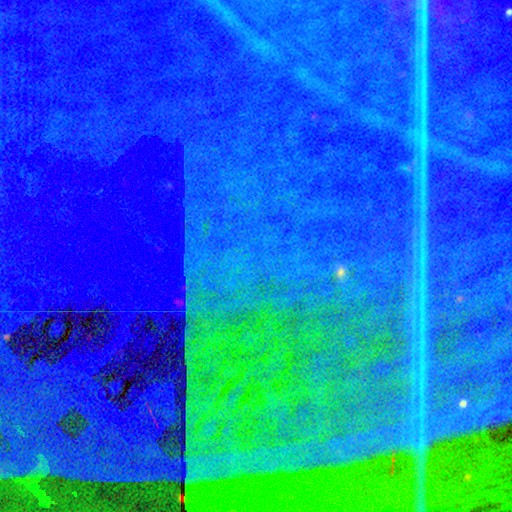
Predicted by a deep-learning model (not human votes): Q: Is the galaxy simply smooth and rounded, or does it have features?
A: star or artifact — 88%.